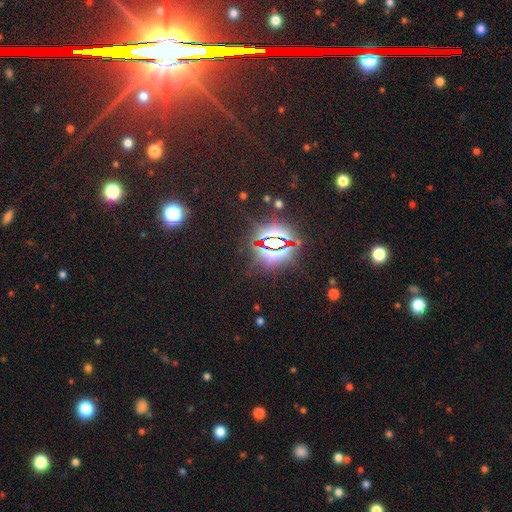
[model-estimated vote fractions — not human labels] Smooth or featured: star or artifact — 79% (smooth — 11%)